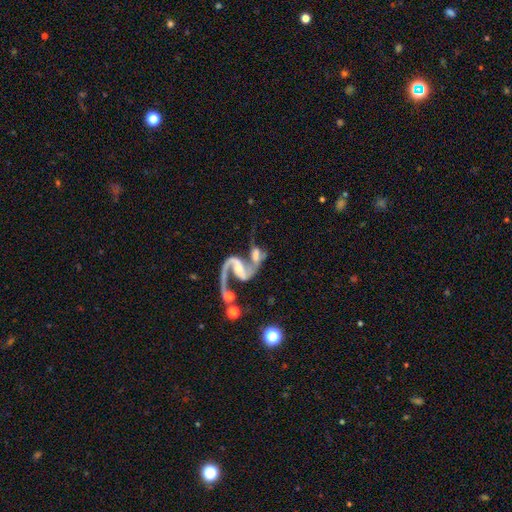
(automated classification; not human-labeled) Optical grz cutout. It shows a featured or disk galaxy (89%) with a weak bar (36%), 2 (88%) loose (55%) spiral arms (96%) and a small central bulge (49%). Merging: merger (44%).